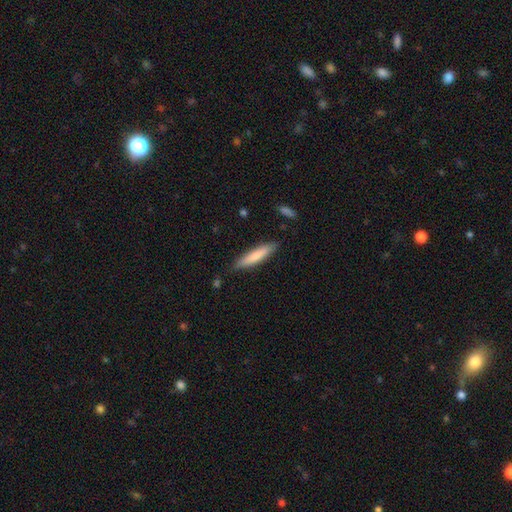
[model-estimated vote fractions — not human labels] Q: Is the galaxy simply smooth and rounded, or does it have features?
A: smooth — 75%.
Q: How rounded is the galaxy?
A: cigar-shaped — 86%.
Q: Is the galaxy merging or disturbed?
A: none — 86%.